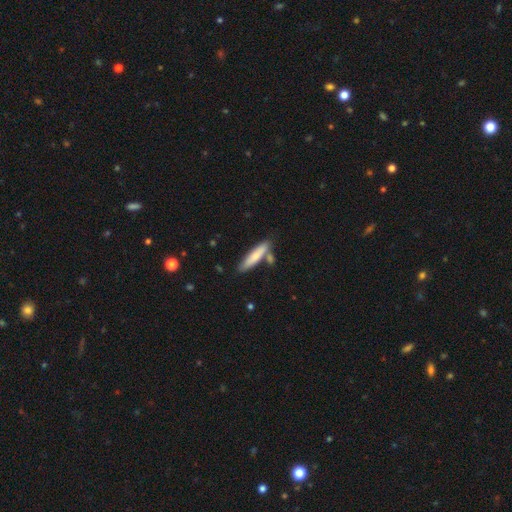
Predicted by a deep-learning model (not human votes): smooth 73%, featured or disk 22%, star or artifact 6%. Down the decision tree: how rounded — cigar-shaped (78%); merging — none (70%).